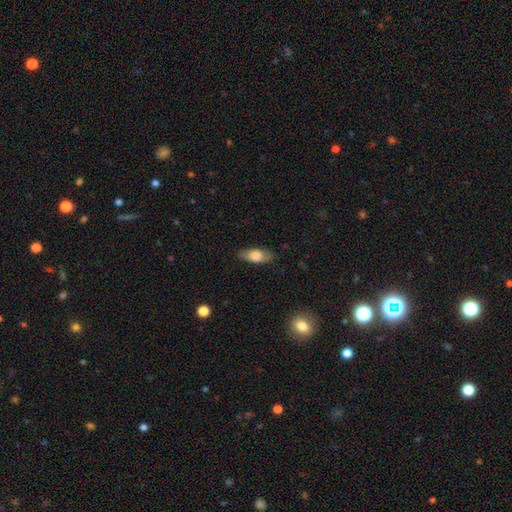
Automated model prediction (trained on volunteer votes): Smooth or featured?
  - smooth: 73% *
  - featured or disk: 20%
  - star or artifact: 7%
How rounded?
  - in between: 81% *
  - cigar-shaped: 15%
  - round: 3%
Merging?
  - none: 83% *
  - minor disturbance: 13%
  - major disturbance: 3%
  - merger: 1%